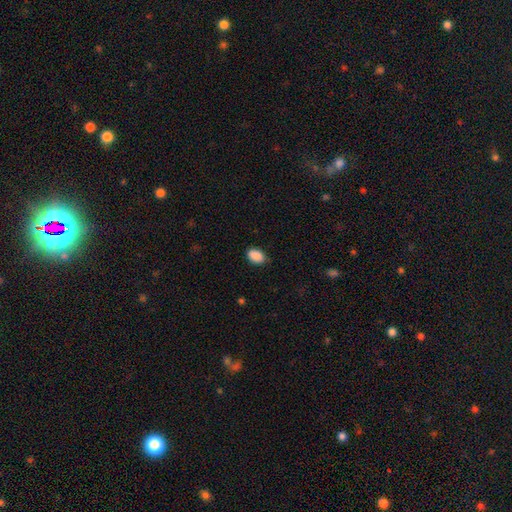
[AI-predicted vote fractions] Morphology: type=smooth (90%); roundness=in between (84%); merging=none (79%).